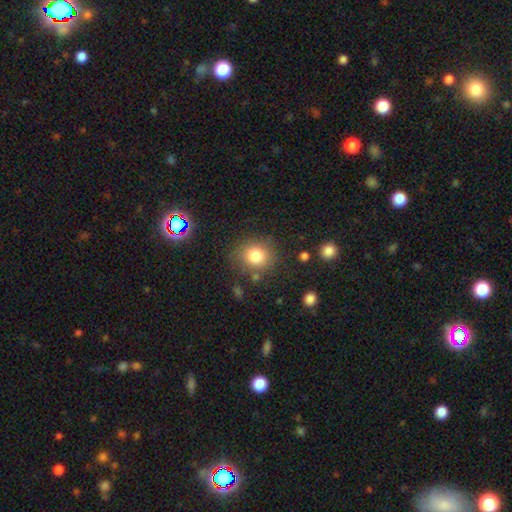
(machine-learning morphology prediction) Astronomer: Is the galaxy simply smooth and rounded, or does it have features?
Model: smooth — 80%.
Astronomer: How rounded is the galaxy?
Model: round — 80%.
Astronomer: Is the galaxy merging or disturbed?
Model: none — 79%.